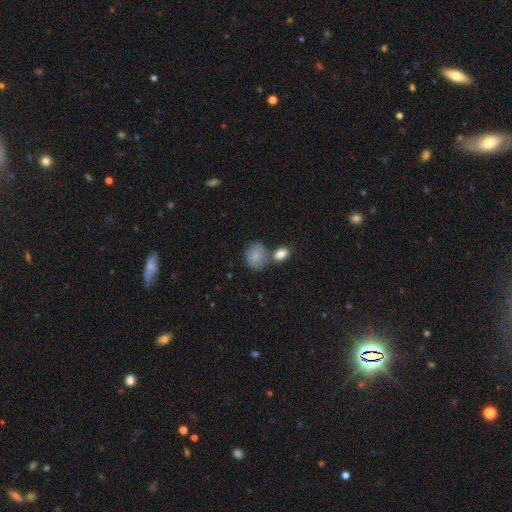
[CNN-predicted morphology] This appears to be a smooth galaxy with no disk features (80%) that is in between round and cigar-shaped (53%). Merging: none (53%).